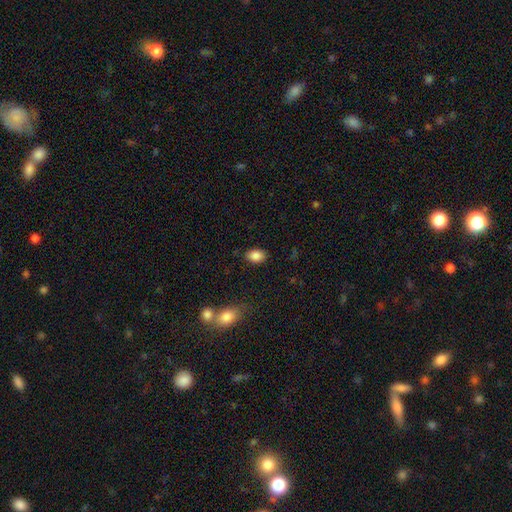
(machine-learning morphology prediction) type=smooth (86%); roundness=in between (83%); merging=none (85%).